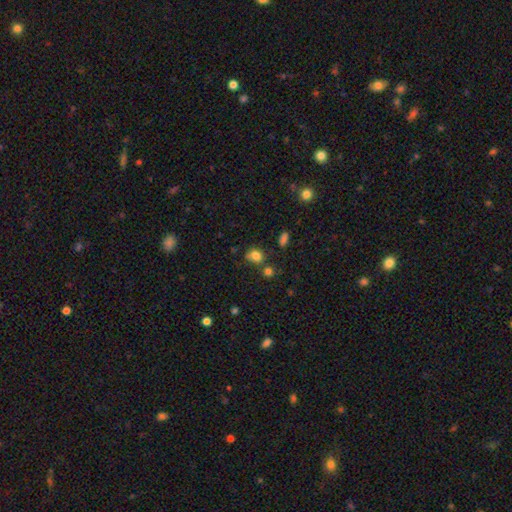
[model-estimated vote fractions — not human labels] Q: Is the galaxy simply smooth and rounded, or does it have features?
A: smooth — 81%.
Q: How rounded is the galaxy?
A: round — 54%.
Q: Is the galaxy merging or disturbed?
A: none — 63%.